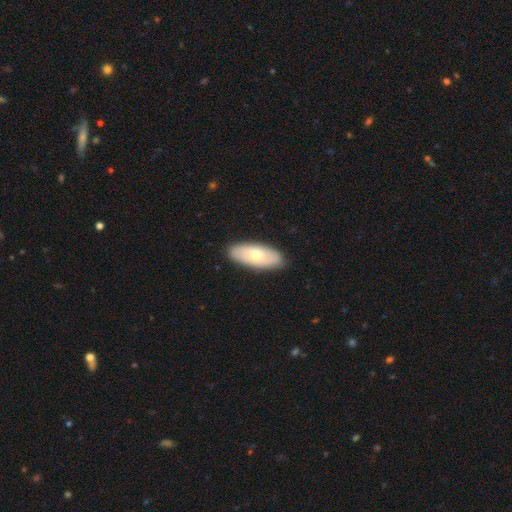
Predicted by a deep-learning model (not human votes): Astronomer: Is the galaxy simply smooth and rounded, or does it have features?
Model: smooth — 58% (runner-up: featured or disk, 36%).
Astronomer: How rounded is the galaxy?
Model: in between — 85%.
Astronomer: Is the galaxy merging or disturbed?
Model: none — 88%.